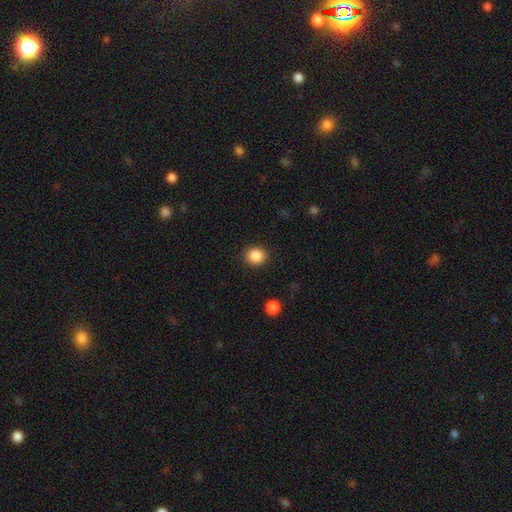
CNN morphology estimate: Overall: smooth (87%). How rounded: round (83%). Merging: none (90%).